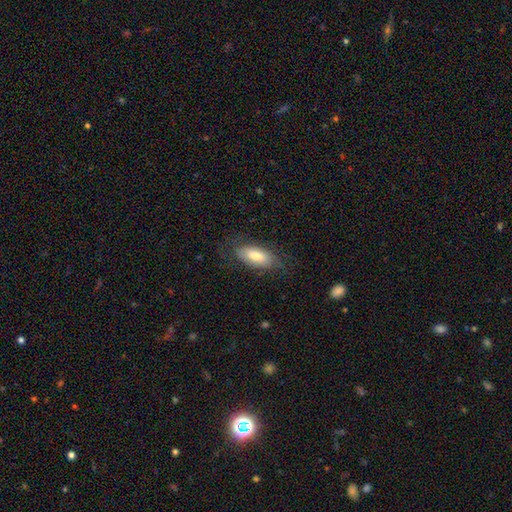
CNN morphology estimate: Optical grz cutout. It shows a smooth galaxy with no disk features (65%) that is in between round and cigar-shaped (83%). Merging: none (72%).